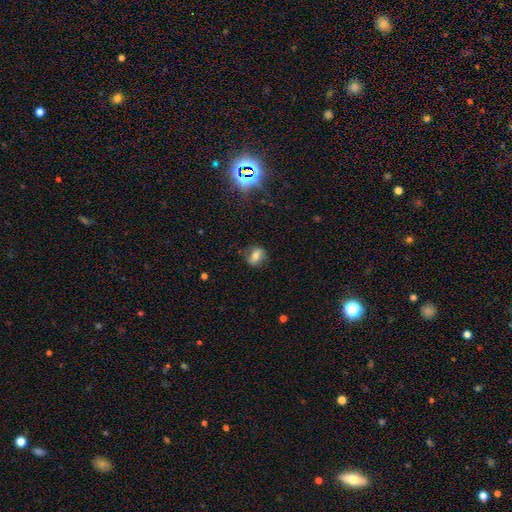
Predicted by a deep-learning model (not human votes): Smooth or featured? Predicted: smooth (p=0.51). How rounded? Predicted: in between (p=0.52). Merging? Predicted: none (p=0.75).